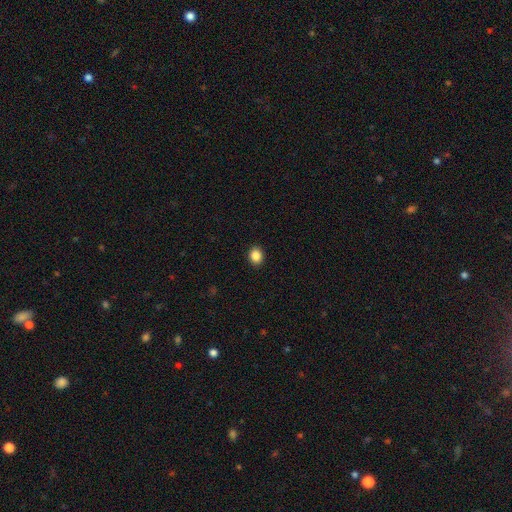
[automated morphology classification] smooth 87%, star or artifact 10%, featured or disk 4%. Down the decision tree: how rounded — round (63%); merging — none (92%).